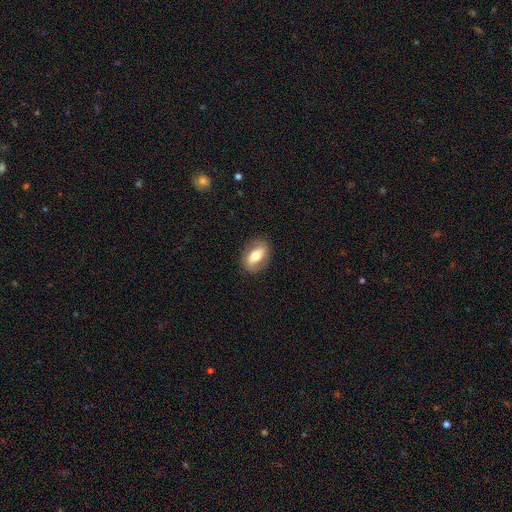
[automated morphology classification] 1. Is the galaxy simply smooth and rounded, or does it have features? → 51% smooth, 42% featured or disk, 7% star or artifact.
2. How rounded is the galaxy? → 81% in between, 14% round, 5% cigar-shaped.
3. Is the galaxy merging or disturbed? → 83% none, 12% minor disturbance, 4% major disturbance, 1% merger.